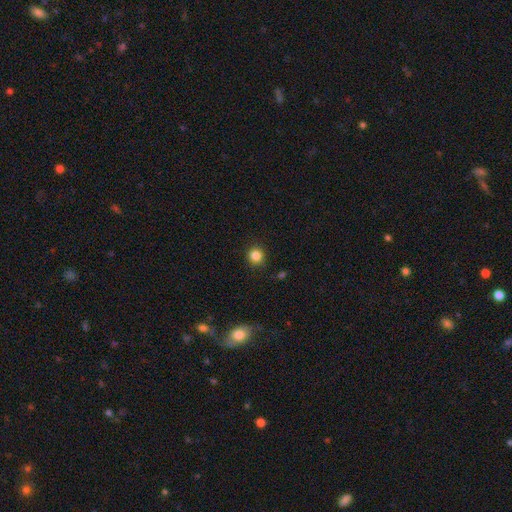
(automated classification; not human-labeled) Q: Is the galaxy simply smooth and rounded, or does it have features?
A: smooth — 85%.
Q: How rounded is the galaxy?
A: round — 91%.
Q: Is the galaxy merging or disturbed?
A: none — 89%.